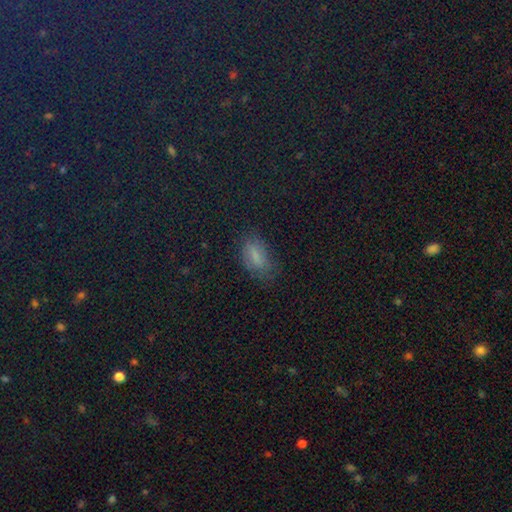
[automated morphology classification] Q: Smooth or featured?
A: smooth (66%); runner-up: star or artifact (21%)
Q: How rounded?
A: in between (87%); runner-up: round (7%)
Q: Merging?
A: none (67%); runner-up: minor disturbance (23%)